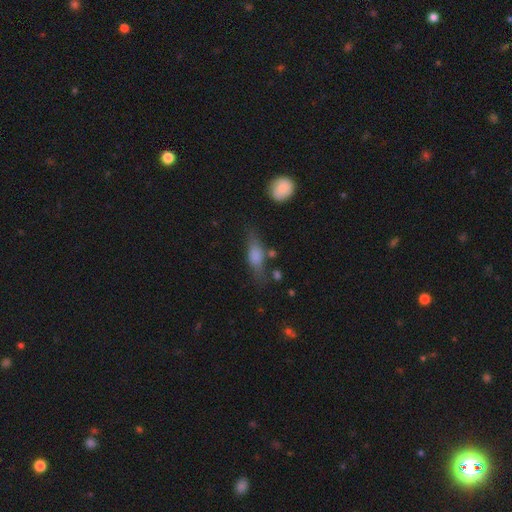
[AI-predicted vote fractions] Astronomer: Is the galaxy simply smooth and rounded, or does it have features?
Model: smooth — 62%.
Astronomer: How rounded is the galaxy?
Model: in between — 57% (runner-up: cigar-shaped, 36%).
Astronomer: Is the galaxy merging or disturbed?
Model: none — 60%.